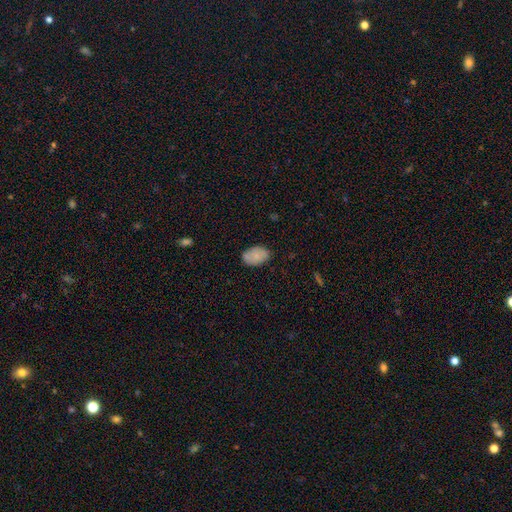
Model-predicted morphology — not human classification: smooth-or-featured: smooth: 84% | featured or disk: 9% | star or artifact: 7%
  how-rounded: in between: 90% | round: 9% | cigar-shaped: 1%
  merging: none: 82% | minor disturbance: 14% | major disturbance: 3% | merger: 1%